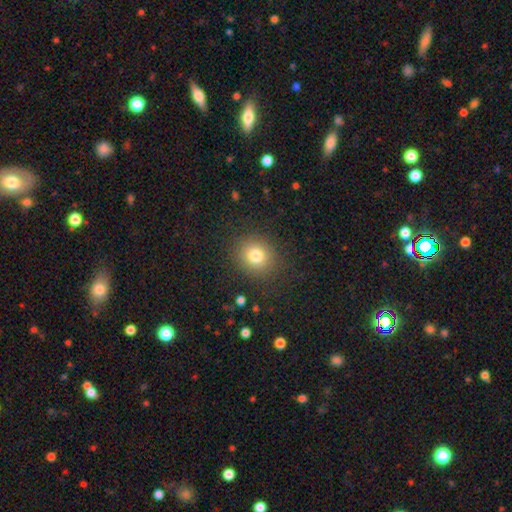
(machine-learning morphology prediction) Overall: smooth (79%). How rounded: round (81%). Merging: none (87%).